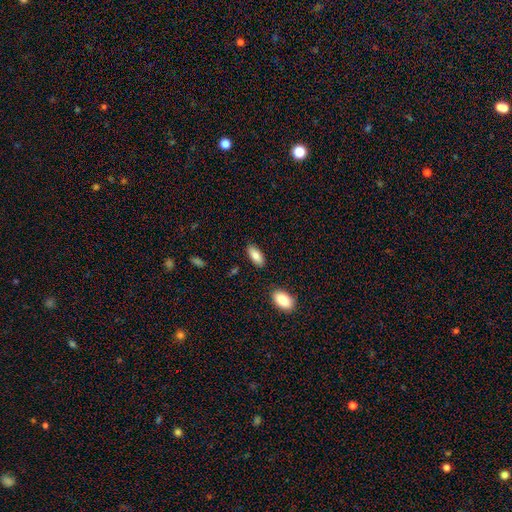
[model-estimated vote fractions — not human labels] A smooth galaxy with no disk features (84%) that is in between round and cigar-shaped (88%). Merging: none (85%).